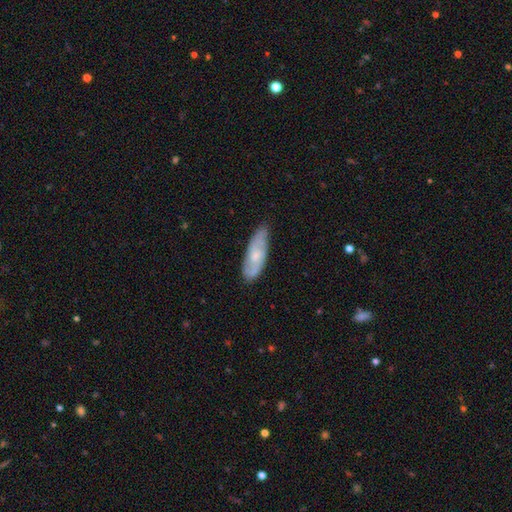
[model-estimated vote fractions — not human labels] smooth_or_featured: featured or disk (p=0.54) [alt: smooth p=0.40]
disk_edge_on: no (p=0.81) [alt: yes p=0.19]
merging: none (p=0.73) [alt: minor disturbance p=0.22]